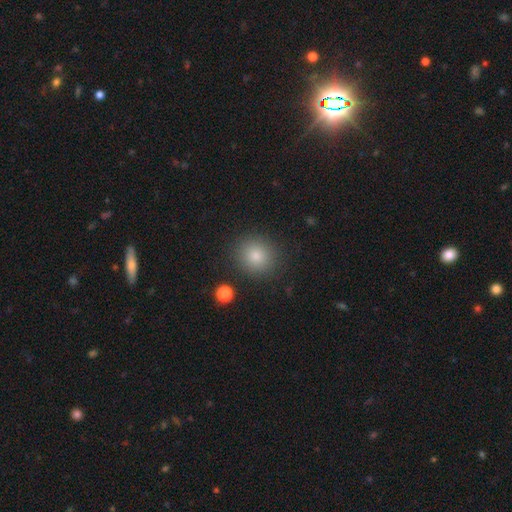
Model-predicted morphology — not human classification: A smooth galaxy with no disk features (80%) that is round (86%).

Vote fractions:
- Smooth or featured? smooth: 80% / star or artifact: 13% / featured or disk: 7%
- How rounded? round: 86% / in between: 13% / cigar-shaped: 1%
- Merging? none: 89% / minor disturbance: 6% / major disturbance: 2% / merger: 2%